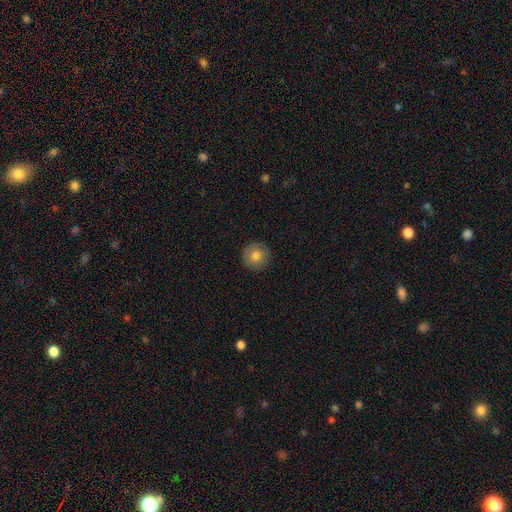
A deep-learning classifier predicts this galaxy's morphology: smooth-or-featured: smooth: 80% | featured or disk: 12% | star or artifact: 9%
  how-rounded: round: 96% | in between: 4% | cigar-shaped: 1%
  merging: none: 90% | minor disturbance: 7% | major disturbance: 2% | merger: 1%